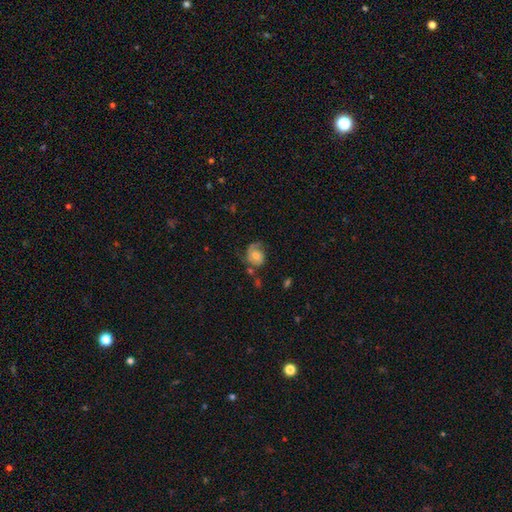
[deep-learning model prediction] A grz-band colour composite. It shows a featured or disk galaxy (55%) with no bar (72%), spiral arms (84%) and a moderate central bulge (59%). Merging: none (50%).